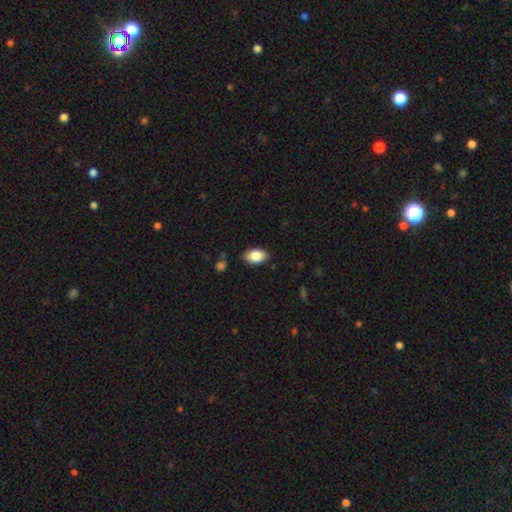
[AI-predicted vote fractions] smooth_or_featured: smooth (p=0.85) [alt: featured or disk p=0.08]
how_rounded: in between (p=0.91) [alt: round p=0.08]
merging: none (p=0.85) [alt: minor disturbance p=0.11]